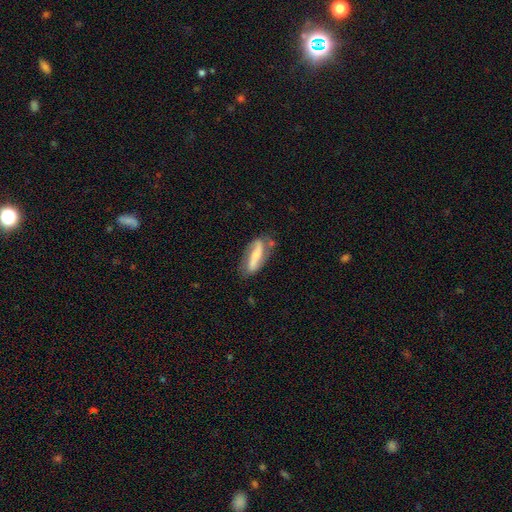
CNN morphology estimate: type=featured or disk (66%); edge-on=no (83%); bar=strong (53%); spiral arms=yes (86%); bulge=small (42%); merging=none (66%).